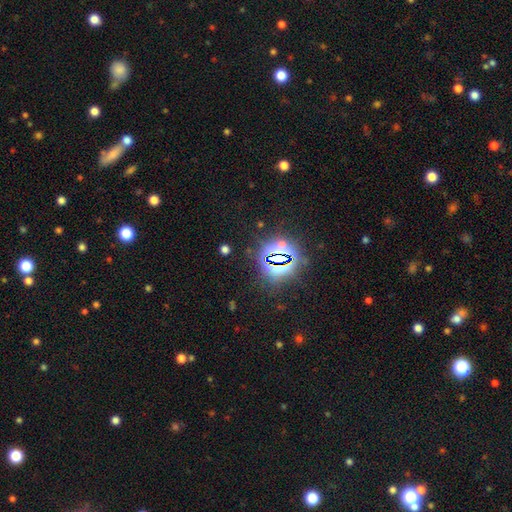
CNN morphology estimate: Q: Smooth or featured?
A: star or artifact (82%); runner-up: smooth (11%)